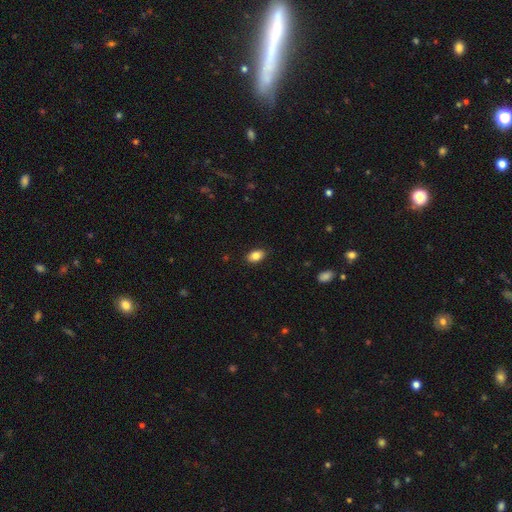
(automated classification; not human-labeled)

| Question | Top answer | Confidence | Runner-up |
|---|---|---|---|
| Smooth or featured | smooth | 85% | star or artifact (8%) |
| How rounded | in between | 90% | round (9%) |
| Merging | none | 87% | minor disturbance (10%) |